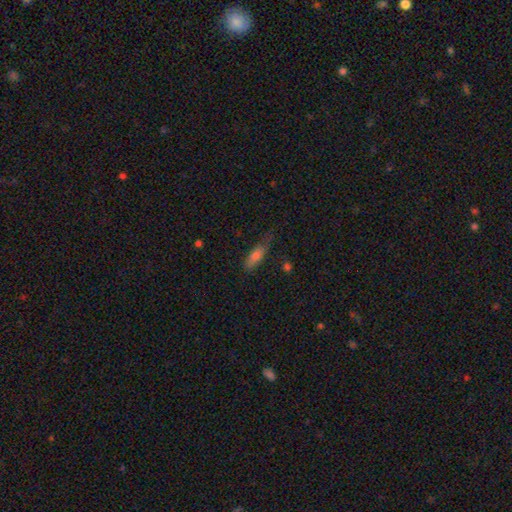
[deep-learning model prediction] The model was most divided on "how rounded": in between: 51%, cigar-shaped: 46%, round: 3%. More confident: smooth or featured — smooth (72%); merging — none (59%).